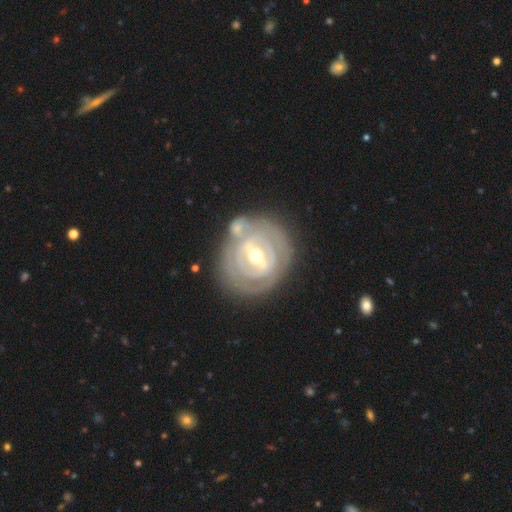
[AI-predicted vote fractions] This appears to be a featured or disk galaxy (85%) with a weak bar (44%), tight (81%) spiral arms (80%) and a moderate central bulge (63%). Merging: none (71%).